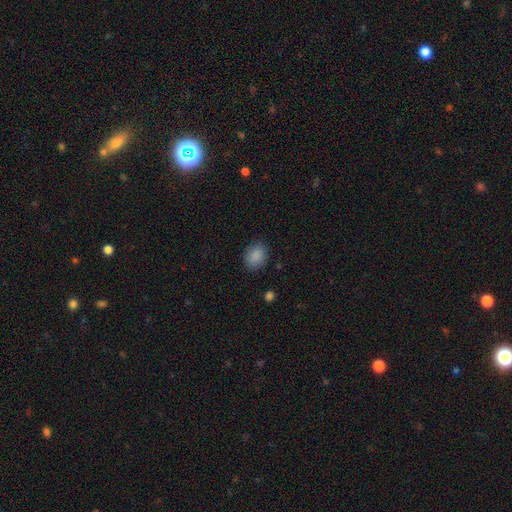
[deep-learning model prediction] Overall: smooth (88%). How rounded: in between (55%; round 44%). Merging: none (85%).